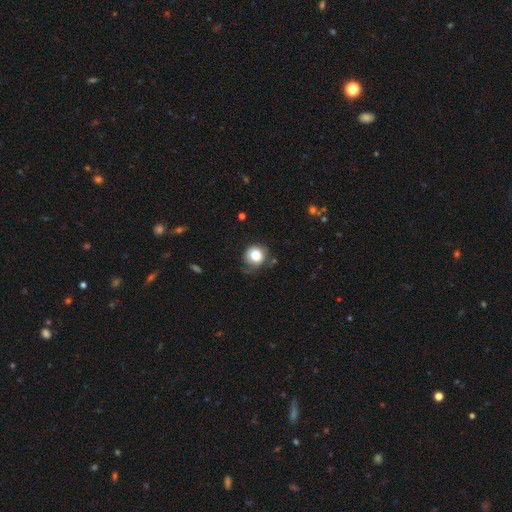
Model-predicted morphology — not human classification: Smooth or featured? smooth (82%)
How rounded? round (89%)
Merging? none (64%)